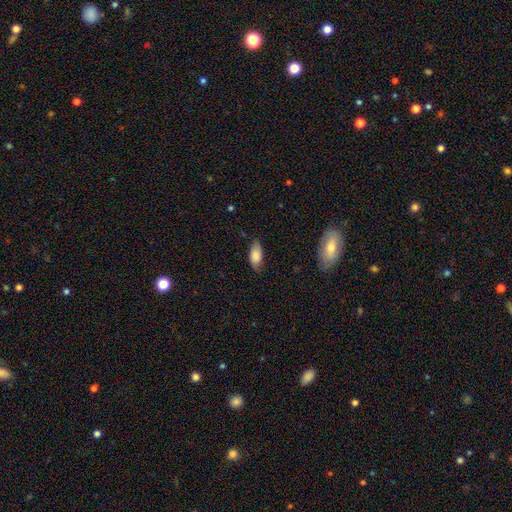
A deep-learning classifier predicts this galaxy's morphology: Smooth or featured? smooth (84%)
How rounded? in between (90%)
Merging? none (73%)